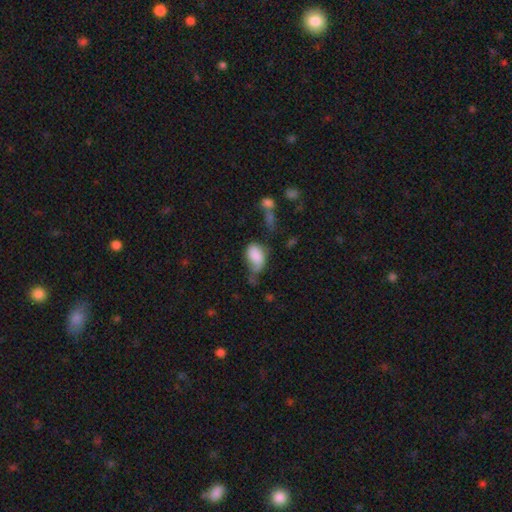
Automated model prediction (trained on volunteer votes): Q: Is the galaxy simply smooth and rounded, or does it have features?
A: smooth — 80%.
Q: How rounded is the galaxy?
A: in between — 87%.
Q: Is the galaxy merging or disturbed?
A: minor disturbance — 36%.